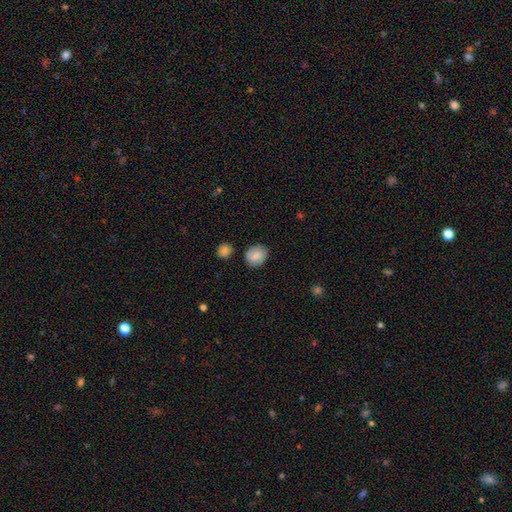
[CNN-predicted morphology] Smooth or featured? Predicted: smooth (p=0.81). How rounded? Predicted: round (p=0.69). Merging? Predicted: none (p=0.82).